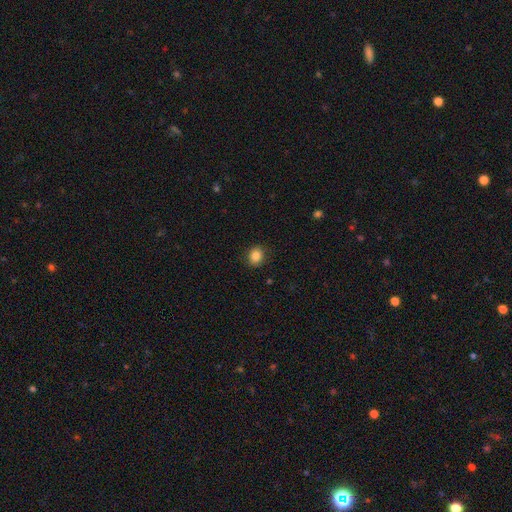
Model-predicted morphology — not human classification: smooth-or-featured: smooth: 86% | star or artifact: 10% | featured or disk: 4%
  how-rounded: round: 68% | in between: 32% | cigar-shaped: 1%
  merging: none: 87% | minor disturbance: 9% | major disturbance: 2% | merger: 1%